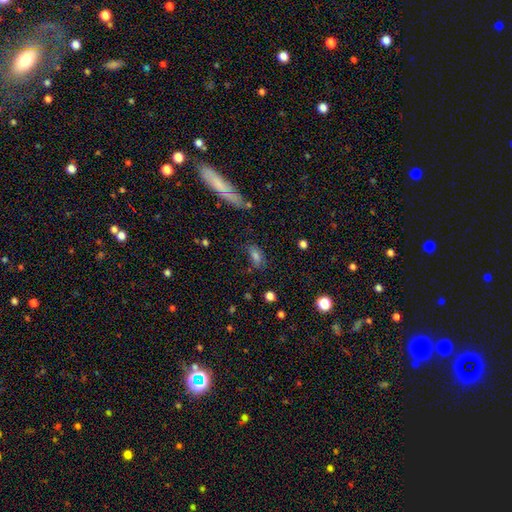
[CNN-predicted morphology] Smooth or featured: smooth — 71% (star or artifact — 17%)
How rounded: in between — 77% (cigar-shaped — 14%)
Merging: none — 68% (minor disturbance — 19%)